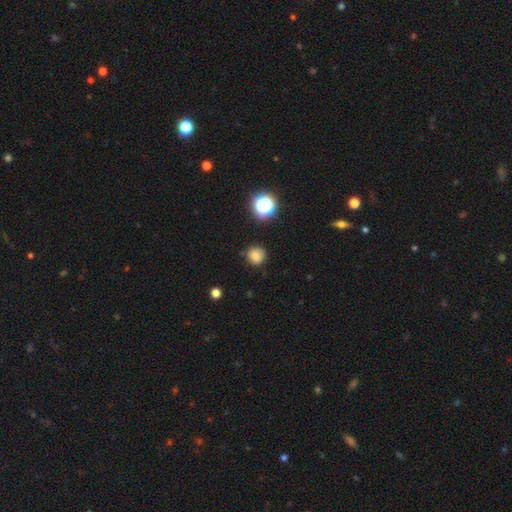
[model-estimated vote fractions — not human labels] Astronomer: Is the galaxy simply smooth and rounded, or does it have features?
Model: smooth — 77%.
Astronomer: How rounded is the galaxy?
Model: round — 90%.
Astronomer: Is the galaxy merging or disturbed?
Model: none — 82%.